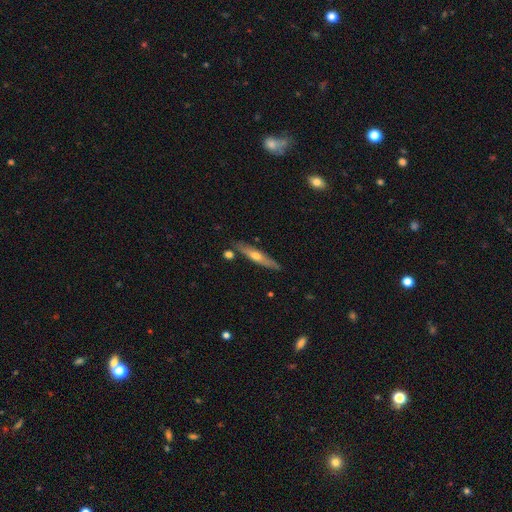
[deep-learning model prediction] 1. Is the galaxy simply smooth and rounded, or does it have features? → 53% featured or disk, 41% smooth, 6% star or artifact.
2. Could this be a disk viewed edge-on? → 88% yes, 12% no.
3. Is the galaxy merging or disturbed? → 82% none, 12% minor disturbance, 5% merger, 2% major disturbance.